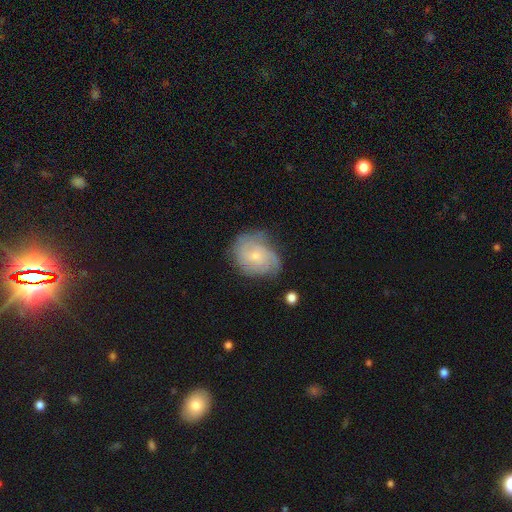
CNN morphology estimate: This appears to be a featured or disk galaxy (72%) with no bar (72%), tight (55%) spiral arms (92%) and a small central bulge (71%). Merging: none (63%).